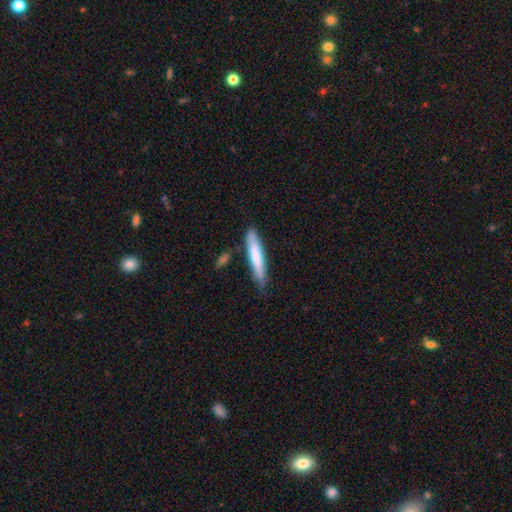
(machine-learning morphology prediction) A smooth galaxy with no disk features (71%) that is cigar-shaped (91%).

Vote fractions:
- Smooth or featured? smooth: 71% / featured or disk: 23% / star or artifact: 5%
- How rounded? cigar-shaped: 91% / in between: 8% / round: 1%
- Merging? none: 75% / minor disturbance: 17% / merger: 5% / major disturbance: 3%